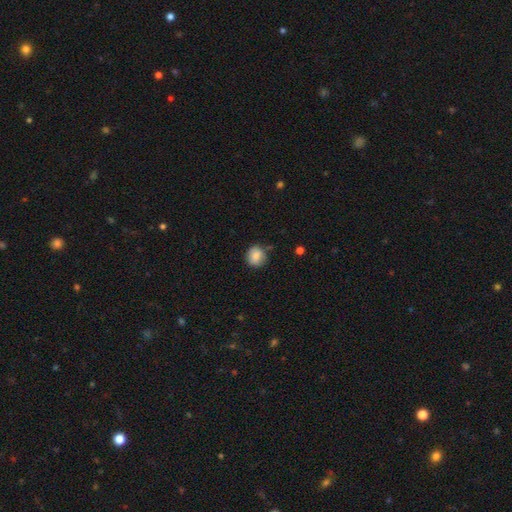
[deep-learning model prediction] smooth 82%, featured or disk 9%, star or artifact 9%. Down the decision tree: how rounded — round (81%); merging — none (74%).